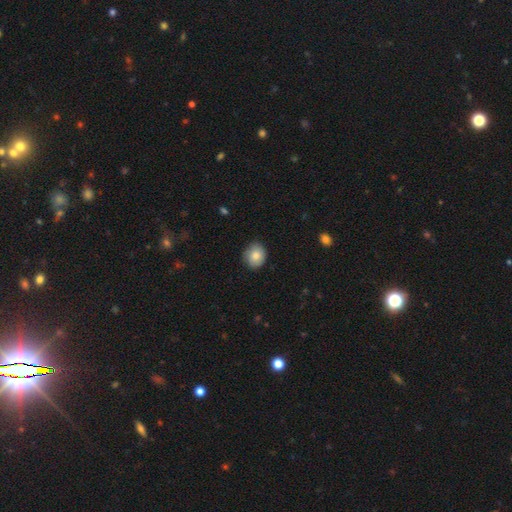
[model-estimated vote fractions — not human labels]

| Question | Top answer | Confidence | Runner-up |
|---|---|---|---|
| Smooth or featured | smooth | 83% | featured or disk (10%) |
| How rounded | round | 73% | in between (26%) |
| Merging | none | 83% | minor disturbance (14%) |